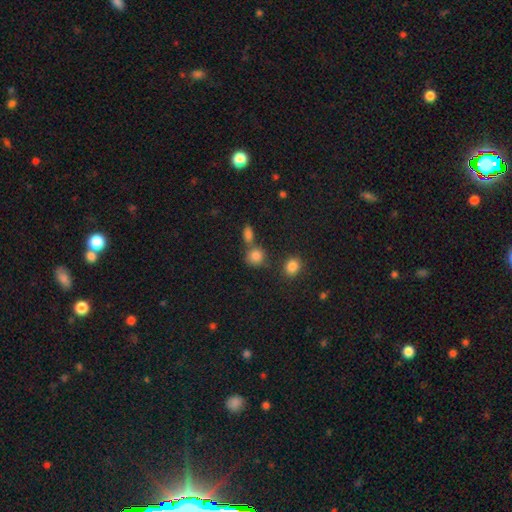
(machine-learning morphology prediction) Overall: smooth (83%). How rounded: round (77%). Merging: none (57%; merger 28%).